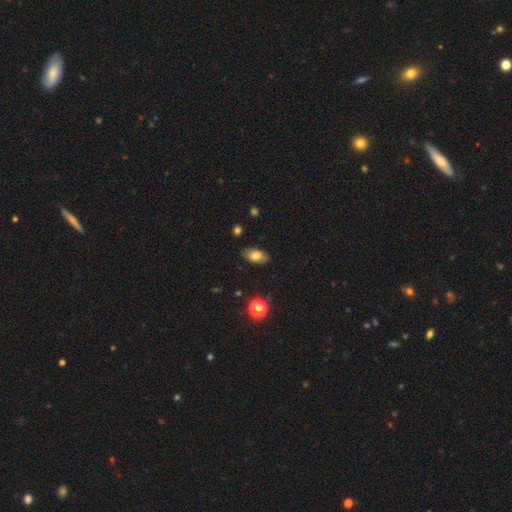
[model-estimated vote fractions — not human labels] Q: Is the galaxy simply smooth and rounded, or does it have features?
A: smooth — 79%.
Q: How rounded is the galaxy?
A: in between — 91%.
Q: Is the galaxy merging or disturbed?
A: none — 86%.